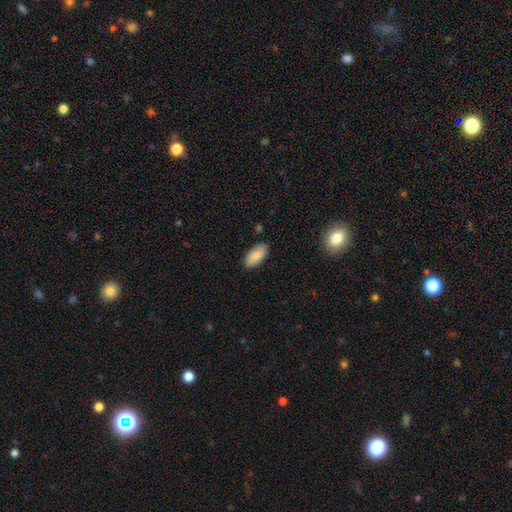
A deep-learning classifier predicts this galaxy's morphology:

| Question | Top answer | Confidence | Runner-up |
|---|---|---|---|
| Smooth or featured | smooth | 85% | featured or disk (9%) |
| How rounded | in between | 91% | cigar-shaped (7%) |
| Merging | none | 87% | minor disturbance (10%) |